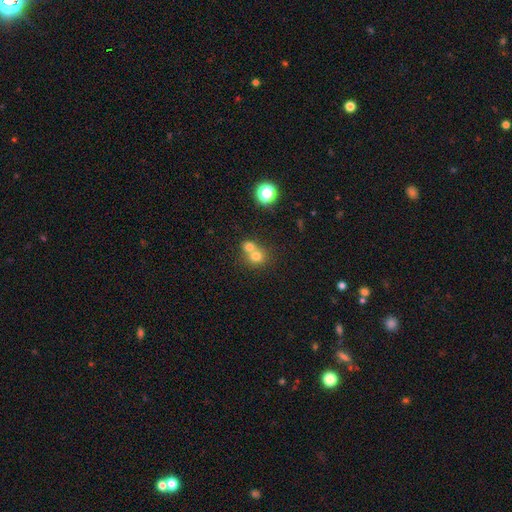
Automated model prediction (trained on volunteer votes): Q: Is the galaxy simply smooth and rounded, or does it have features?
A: smooth — 73%.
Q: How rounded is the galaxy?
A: round — 82%.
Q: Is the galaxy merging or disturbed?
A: merger — 58%.